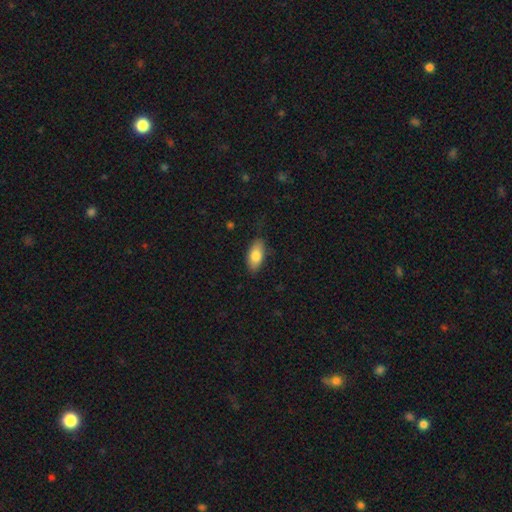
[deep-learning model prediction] smooth_or_featured: smooth (p=0.80) [alt: featured or disk p=0.13]
how_rounded: in between (p=0.90) [alt: cigar-shaped p=0.08]
merging: none (p=0.82) [alt: minor disturbance p=0.14]